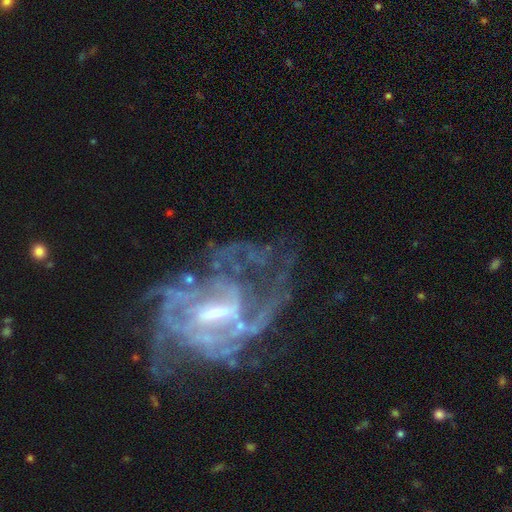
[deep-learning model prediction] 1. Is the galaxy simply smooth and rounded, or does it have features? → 86% featured or disk, 9% star or artifact, 6% smooth.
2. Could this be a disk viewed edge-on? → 96% no, 4% yes.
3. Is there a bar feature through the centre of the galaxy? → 51% weak, 31% strong, 18% no.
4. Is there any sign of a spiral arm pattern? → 86% yes, 14% no.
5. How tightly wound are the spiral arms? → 42% medium, 39% tight, 19% loose.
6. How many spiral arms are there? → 42% can't tell, 19% 2, 15% 3, 11% 4, 7% more than 4, 6% 1.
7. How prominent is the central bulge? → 43% moderate, 39% small, 12% none, 5% large, 1% dominant.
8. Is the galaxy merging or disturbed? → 43% none, 35% major disturbance, 17% minor disturbance, 5% merger.